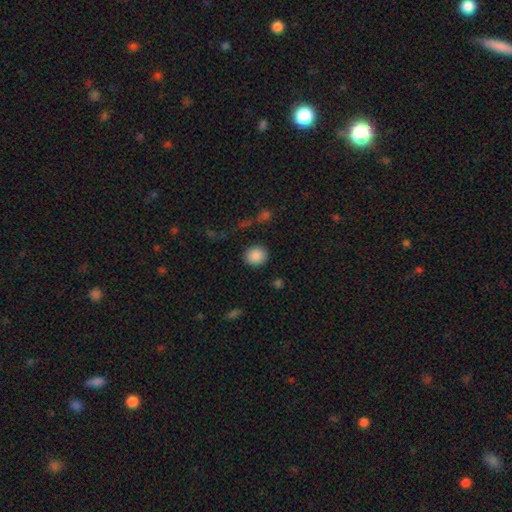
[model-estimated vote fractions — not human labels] Smooth or featured: smooth — 87% (star or artifact — 9%)
How rounded: round — 83% (in between — 16%)
Merging: none — 88% (minor disturbance — 7%)